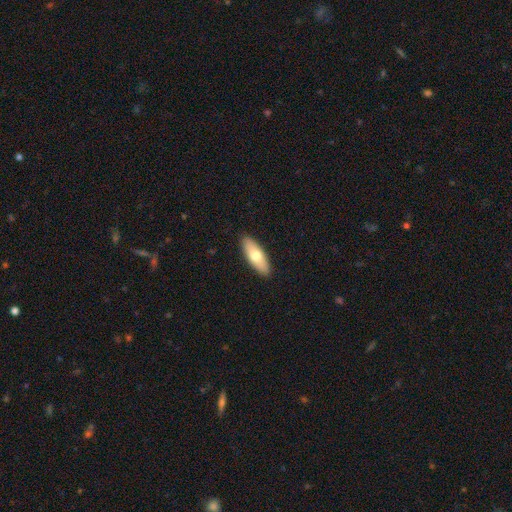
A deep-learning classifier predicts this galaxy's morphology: A smooth galaxy with no disk features (68%) that is in between round and cigar-shaped (67%).

Vote fractions:
- Smooth or featured? smooth: 68% / featured or disk: 26% / star or artifact: 5%
- How rounded? in between: 67% / cigar-shaped: 31% / round: 2%
- Merging? none: 90% / minor disturbance: 8% / major disturbance: 2% / merger: 1%